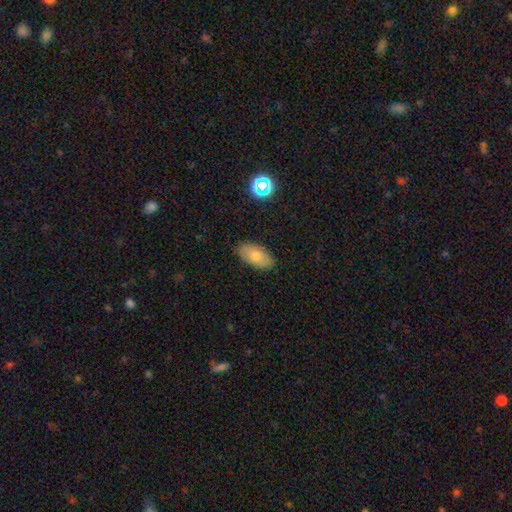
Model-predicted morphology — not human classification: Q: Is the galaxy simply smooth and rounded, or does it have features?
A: smooth — 72%.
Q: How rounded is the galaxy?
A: in between — 91%.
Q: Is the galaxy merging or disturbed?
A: none — 87%.